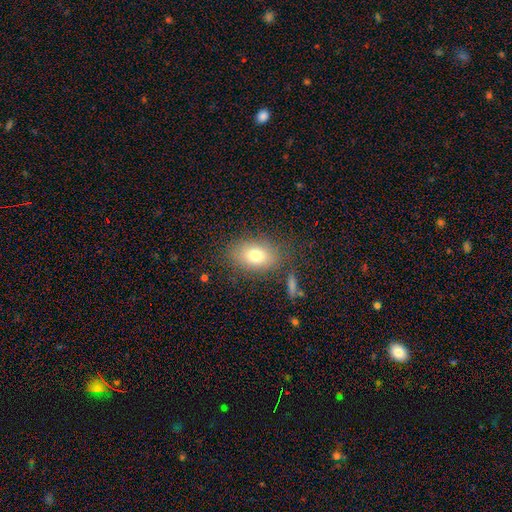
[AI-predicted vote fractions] Smooth or featured? smooth (76%)
How rounded? in between (80%)
Merging? none (78%)